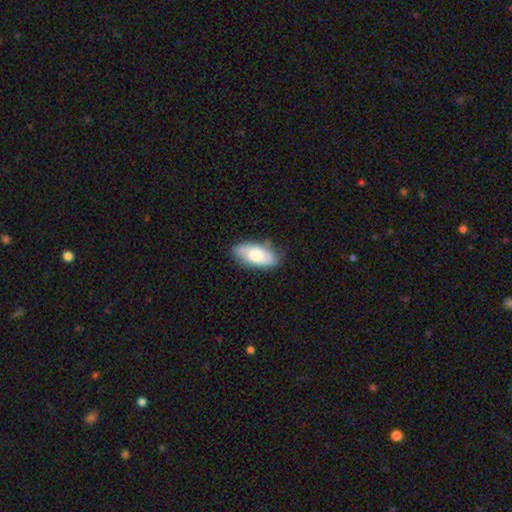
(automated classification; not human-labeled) Smooth or featured: smooth — 71% (featured or disk — 23%)
How rounded: in between — 88% (cigar-shaped — 10%)
Merging: none — 79% (minor disturbance — 16%)